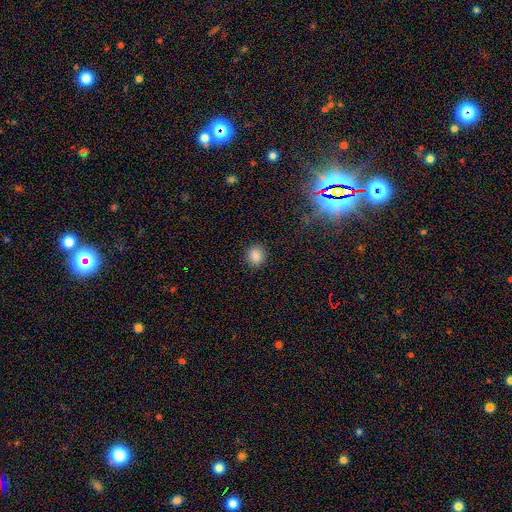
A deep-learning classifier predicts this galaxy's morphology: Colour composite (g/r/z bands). It shows a smooth galaxy with no disk features (86%) that is round (80%). Merging: none (90%).